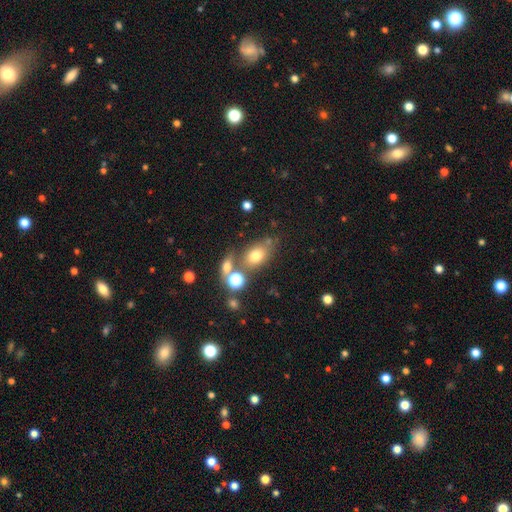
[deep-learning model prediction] The model was most divided on "merging": none: 59%, merger: 20%, minor disturbance: 14%, major disturbance: 7%. More confident: smooth or featured — smooth (71%); how rounded — in between (70%).